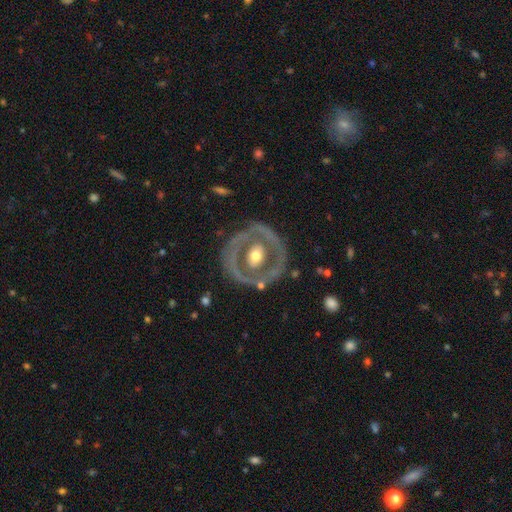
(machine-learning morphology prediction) This appears to be a featured or disk galaxy (69%) with no bar (74%), no spiral arms (80%) and a moderate central bulge (72%). Merging: none (73%).